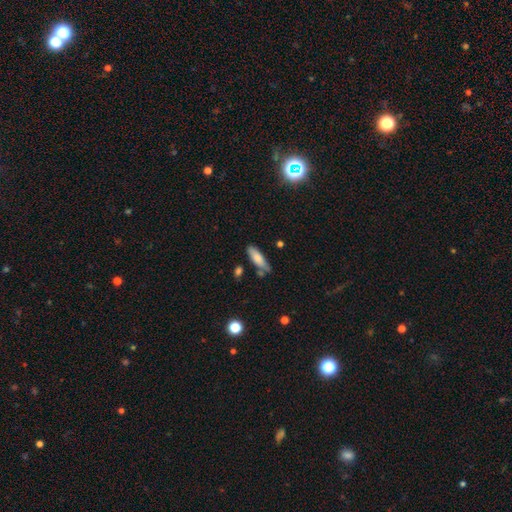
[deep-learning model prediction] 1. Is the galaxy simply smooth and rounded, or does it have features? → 72% smooth, 19% featured or disk, 9% star or artifact.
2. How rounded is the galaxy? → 51% in between, 47% cigar-shaped, 2% round.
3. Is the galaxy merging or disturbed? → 68% none, 21% minor disturbance, 7% merger, 4% major disturbance.